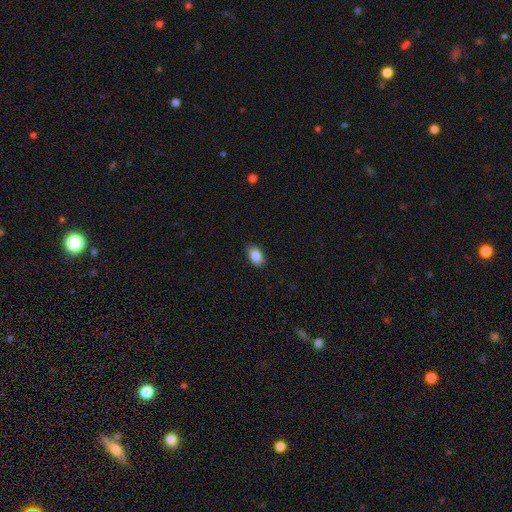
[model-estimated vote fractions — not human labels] This appears to be a smooth galaxy with no disk features (88%) that is in between round and cigar-shaped (88%). Merging: none (86%).